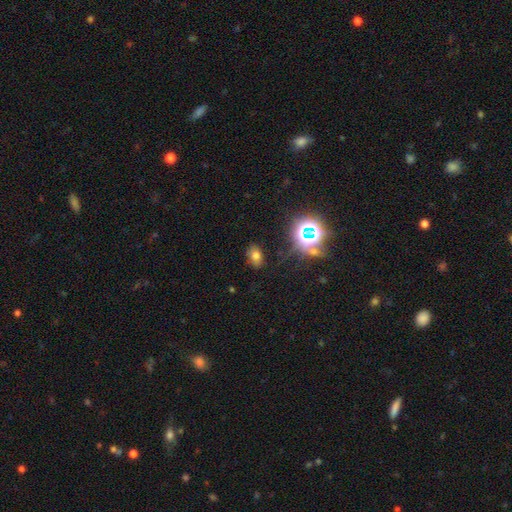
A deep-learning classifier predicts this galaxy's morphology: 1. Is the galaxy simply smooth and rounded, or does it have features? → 61% smooth, 28% star or artifact, 12% featured or disk.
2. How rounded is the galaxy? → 79% in between, 19% round, 2% cigar-shaped.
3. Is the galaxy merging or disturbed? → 79% none, 14% minor disturbance, 5% major disturbance, 2% merger.